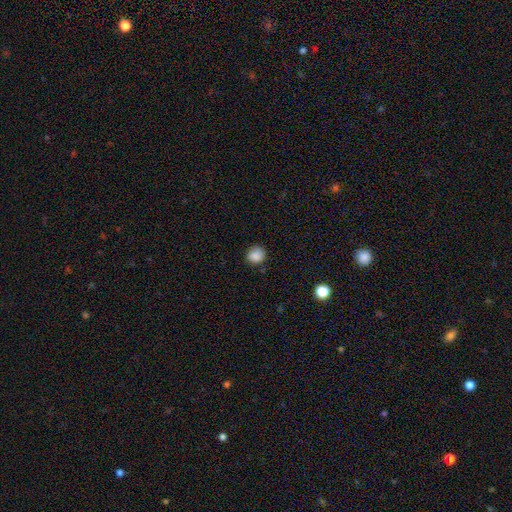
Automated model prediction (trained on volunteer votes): Smooth or featured?
  - smooth: 87% *
  - star or artifact: 10%
  - featured or disk: 3%
How rounded?
  - round: 86% *
  - in between: 13%
  - cigar-shaped: 1%
Merging?
  - none: 83% *
  - minor disturbance: 13%
  - major disturbance: 3%
  - merger: 1%